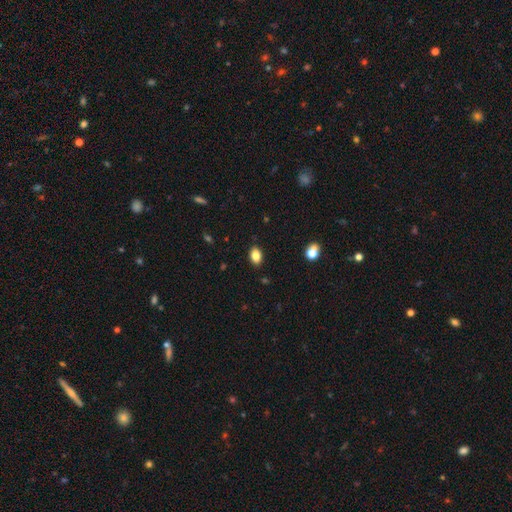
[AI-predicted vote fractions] This is clearly a smooth galaxy (84%). How rounded: clearly in between (86%). Merging: clearly none (88%).